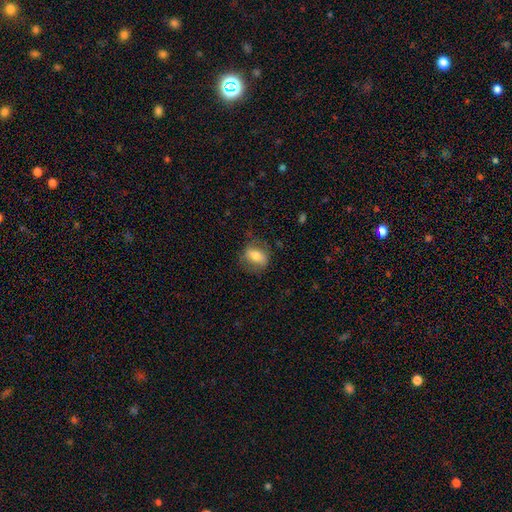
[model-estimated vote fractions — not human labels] Smooth or featured?
  - smooth: 61% *
  - featured or disk: 31%
  - star or artifact: 7%
How rounded?
  - in between: 72% *
  - round: 25%
  - cigar-shaped: 4%
Merging?
  - none: 69% *
  - minor disturbance: 20%
  - major disturbance: 11%
  - merger: 1%